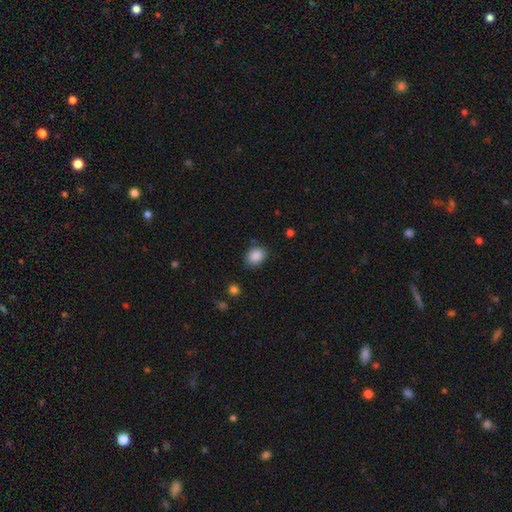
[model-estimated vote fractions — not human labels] Smooth or featured? Predicted: smooth (p=0.88). How rounded? Predicted: in between (p=0.57). Merging? Predicted: none (p=0.81).